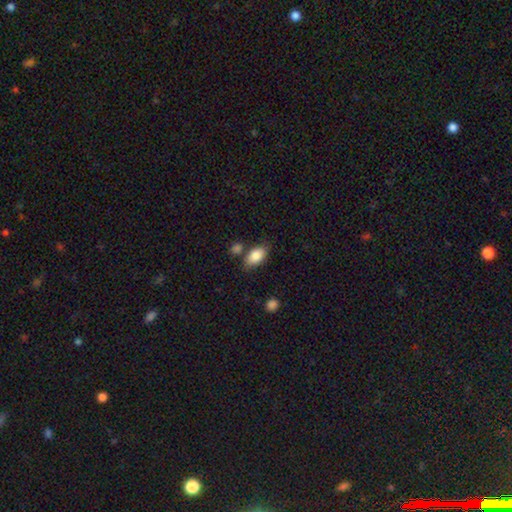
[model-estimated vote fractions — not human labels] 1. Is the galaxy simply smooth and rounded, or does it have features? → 85% smooth, 9% featured or disk, 7% star or artifact.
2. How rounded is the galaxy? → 91% in between, 6% round, 3% cigar-shaped.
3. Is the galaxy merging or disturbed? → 71% none, 15% minor disturbance, 10% merger, 4% major disturbance.